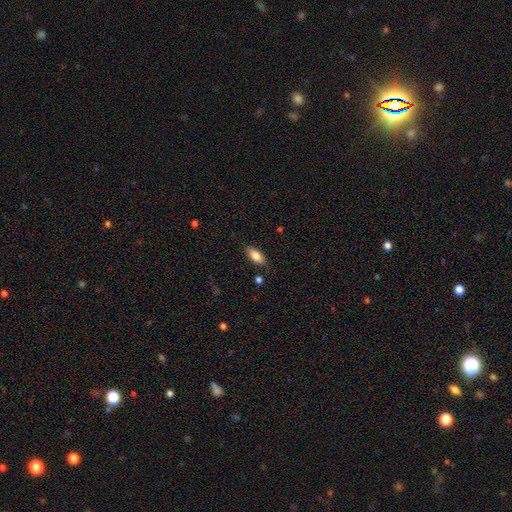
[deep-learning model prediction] A smooth galaxy with no disk features (84%) that is in between round and cigar-shaped (86%). Merging: none (83%).